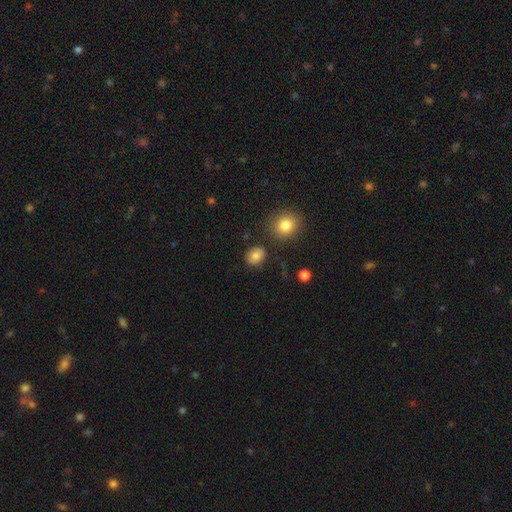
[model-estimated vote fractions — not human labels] smooth 82%, star or artifact 10%, featured or disk 8%. Down the decision tree: how rounded — round (64%); merging — none (84%).